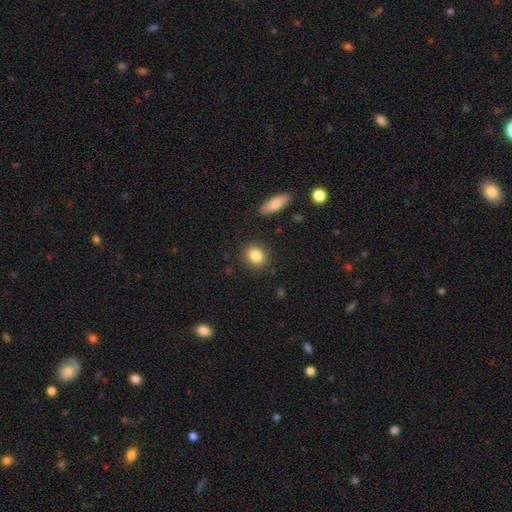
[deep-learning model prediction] smooth-or-featured: smooth: 84% | star or artifact: 9% | featured or disk: 7%
  how-rounded: round: 66% | in between: 33% | cigar-shaped: 2%
  merging: none: 88% | minor disturbance: 8% | major disturbance: 2% | merger: 2%